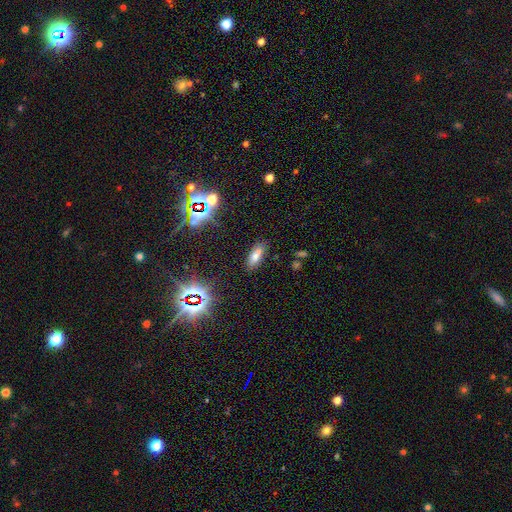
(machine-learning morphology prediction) A smooth galaxy with no disk features (63%) that is in between round and cigar-shaped (76%). Merging: none (65%).